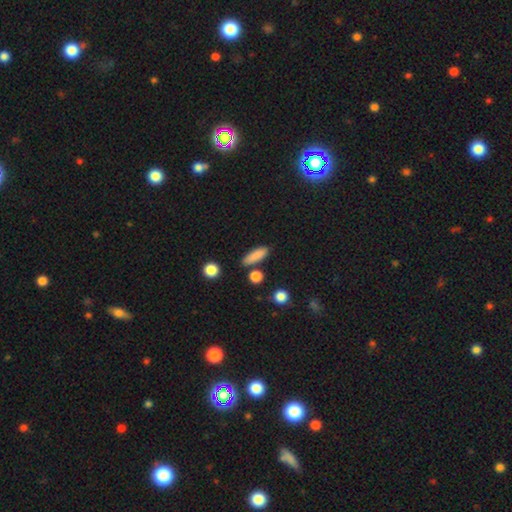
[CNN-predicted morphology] A smooth galaxy with no disk features (86%) that is cigar-shaped (49%).

Vote fractions:
- Smooth or featured? smooth: 86% / star or artifact: 8% / featured or disk: 6%
- How rounded? cigar-shaped: 49% / in between: 46% / round: 5%
- Merging? none: 81% / minor disturbance: 11% / merger: 6% / major disturbance: 3%